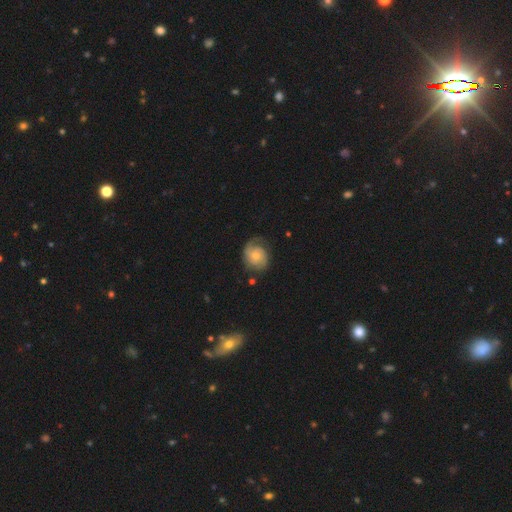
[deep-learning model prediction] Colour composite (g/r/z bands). It shows a featured or disk galaxy (59%) with no bar (74%), 2 (58%) tight (44%) spiral arms (90%) and a small central bulge (52%). Merging: none (63%).